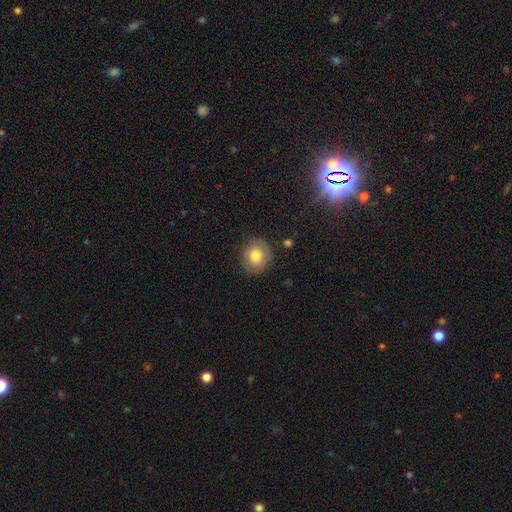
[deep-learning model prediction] Morphology: type=smooth (73%); roundness=round (82%); merging=none (83%).